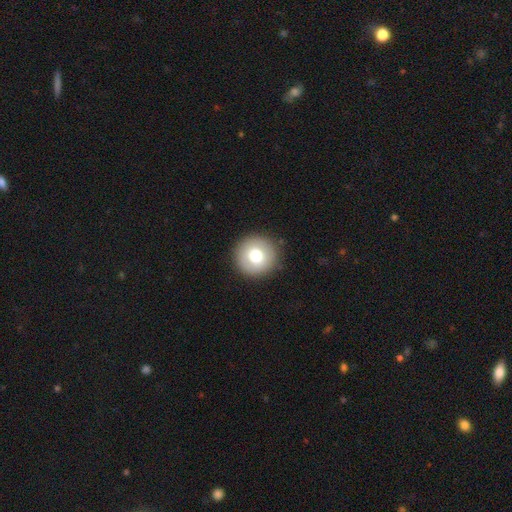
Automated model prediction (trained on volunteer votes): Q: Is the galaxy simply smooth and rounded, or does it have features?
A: smooth — 75%.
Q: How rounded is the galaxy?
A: round — 95%.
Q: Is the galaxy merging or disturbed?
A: none — 91%.